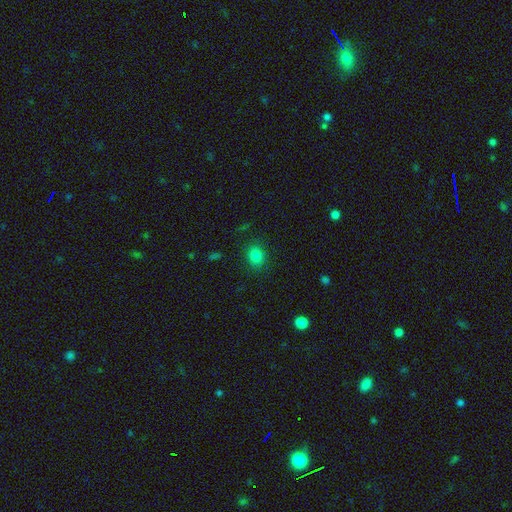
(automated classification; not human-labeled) A smooth galaxy with no disk features (82%) that is round (60%). Merging: none (86%).